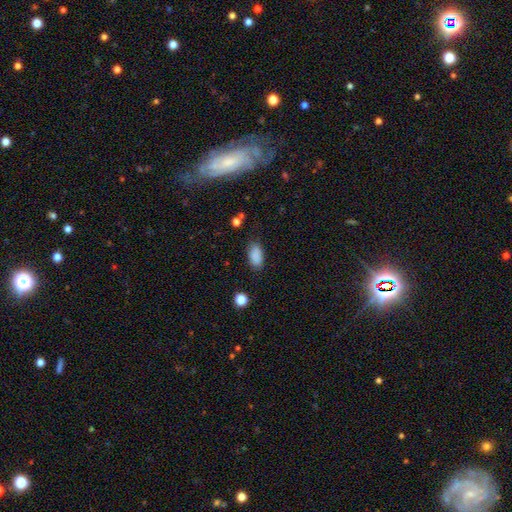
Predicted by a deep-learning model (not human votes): Morphology: type=smooth (88%); roundness=in between (92%); merging=none (83%).